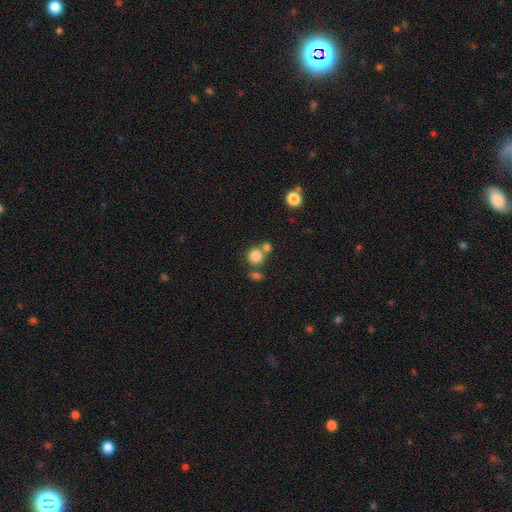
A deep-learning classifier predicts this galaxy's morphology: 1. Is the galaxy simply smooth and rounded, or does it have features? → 82% smooth, 11% star or artifact, 7% featured or disk.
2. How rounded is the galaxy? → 86% round, 13% in between, 1% cigar-shaped.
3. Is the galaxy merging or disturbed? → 56% none, 31% merger, 9% minor disturbance, 4% major disturbance.